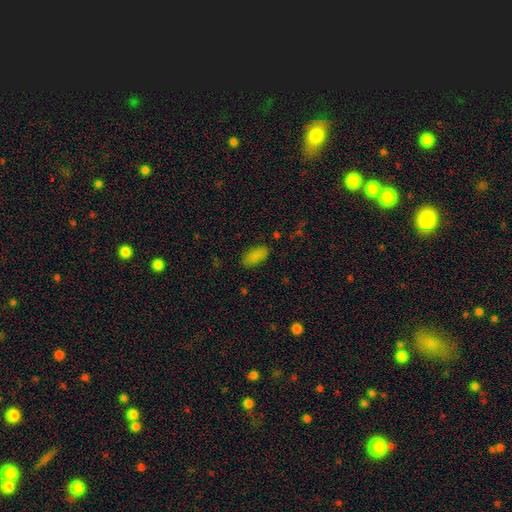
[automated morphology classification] smooth_or_featured: smooth (p=0.85) [alt: star or artifact p=0.10]
how_rounded: in between (p=0.92) [alt: cigar-shaped p=0.06]
merging: none (p=0.84) [alt: minor disturbance p=0.12]